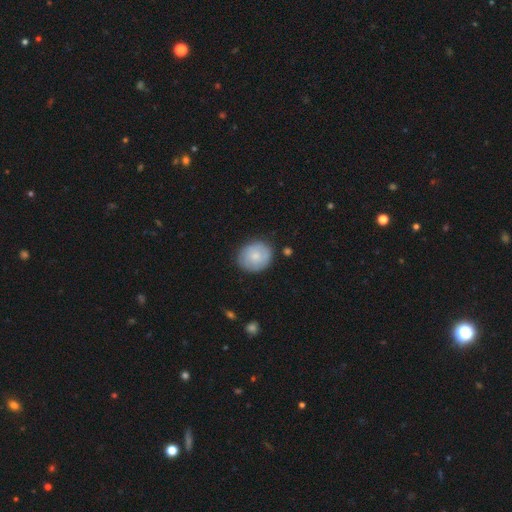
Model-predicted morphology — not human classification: This appears to be a smooth galaxy with no disk features (71%) that is round (71%). Merging: none (81%).